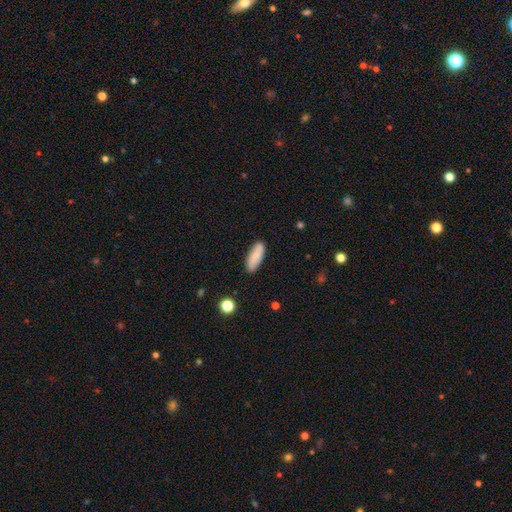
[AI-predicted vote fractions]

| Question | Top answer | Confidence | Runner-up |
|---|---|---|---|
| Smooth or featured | smooth | 80% | featured or disk (14%) |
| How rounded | in between | 73% | cigar-shaped (25%) |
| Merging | none | 84% | minor disturbance (12%) |